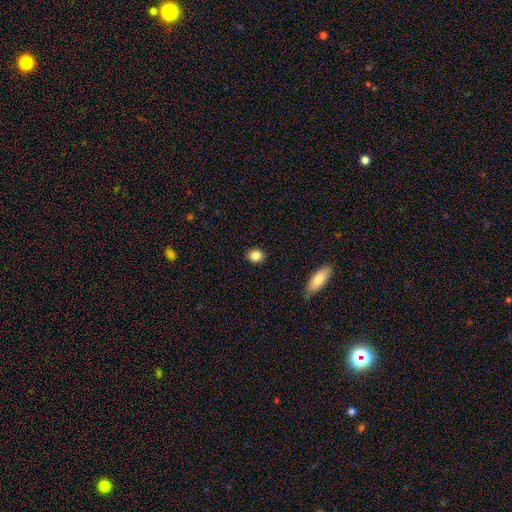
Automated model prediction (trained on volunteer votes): This appears to be a smooth galaxy with no disk features (85%) that is in between round and cigar-shaped (51%). Merging: none (88%).